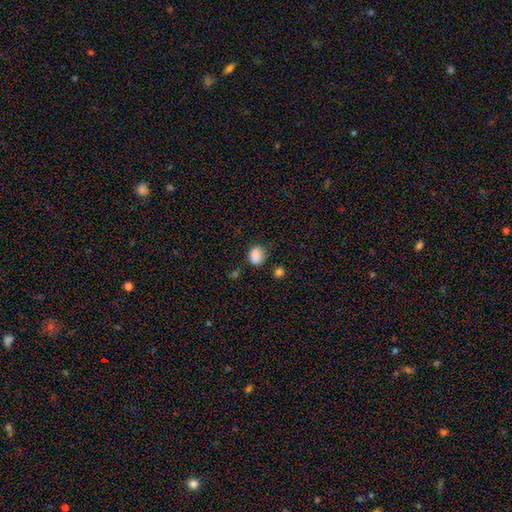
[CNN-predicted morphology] Smooth or featured? smooth (85%)
How rounded? round (65%)
Merging? none (68%)